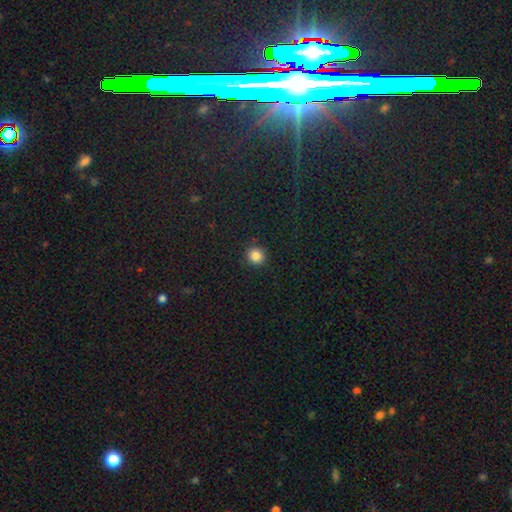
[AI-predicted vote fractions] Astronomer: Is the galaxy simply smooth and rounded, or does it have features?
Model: smooth — 86%.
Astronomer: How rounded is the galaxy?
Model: round — 92%.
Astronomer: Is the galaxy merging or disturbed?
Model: none — 91%.